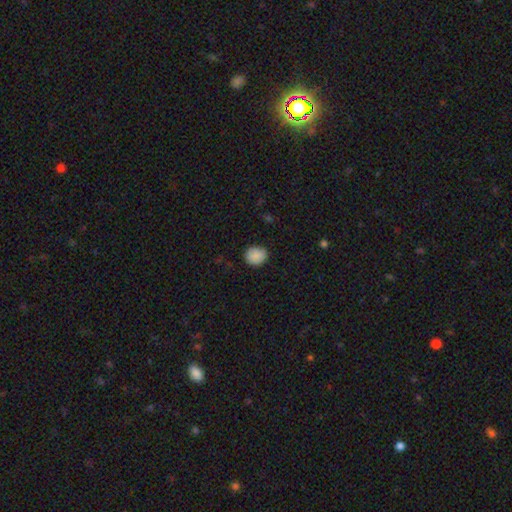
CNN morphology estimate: Smooth or featured: smooth — 88% (star or artifact — 8%)
How rounded: round — 73% (in between — 27%)
Merging: none — 84% (minor disturbance — 13%)